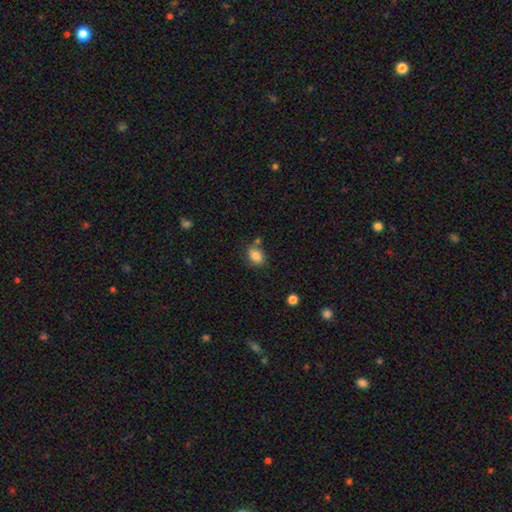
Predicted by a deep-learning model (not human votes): A smooth galaxy with no disk features (84%) that is in between round and cigar-shaped (68%). Merging: none (66%).